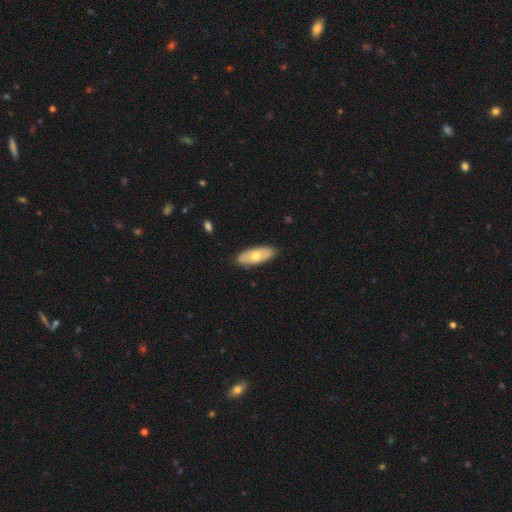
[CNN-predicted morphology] Smooth or featured: smooth — 62% (featured or disk — 33%)
How rounded: in between — 80% (cigar-shaped — 18%)
Merging: none — 87% (minor disturbance — 10%)